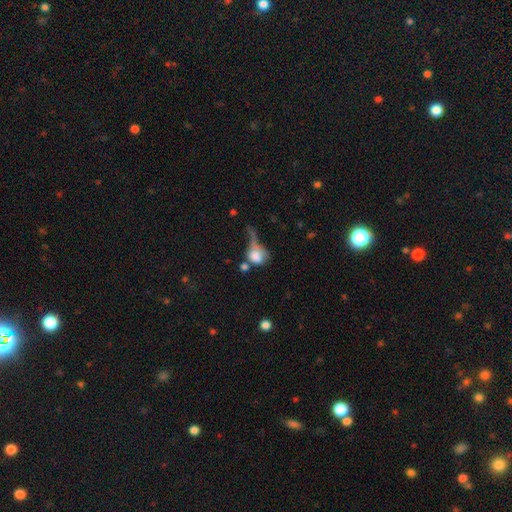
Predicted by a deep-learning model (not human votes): Smooth or featured?
  - smooth: 68% *
  - featured or disk: 22%
  - star or artifact: 10%
How rounded?
  - in between: 52% *
  - round: 45%
  - cigar-shaped: 3%
Merging?
  - major disturbance: 39% *
  - merger: 26%
  - none: 19%
  - minor disturbance: 16%